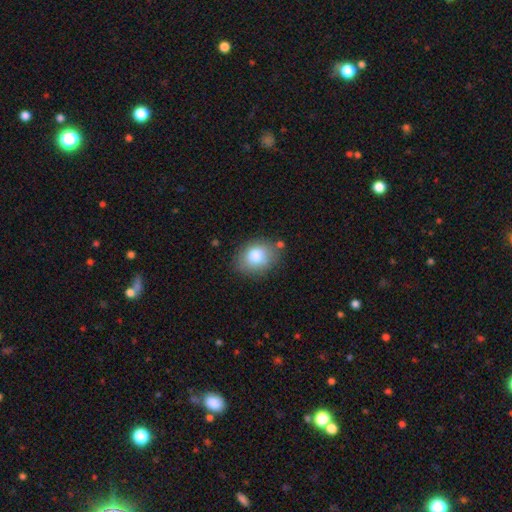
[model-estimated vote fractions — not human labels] A smooth galaxy with no disk features (81%) that is in between round and cigar-shaped (59%). Merging: none (78%).